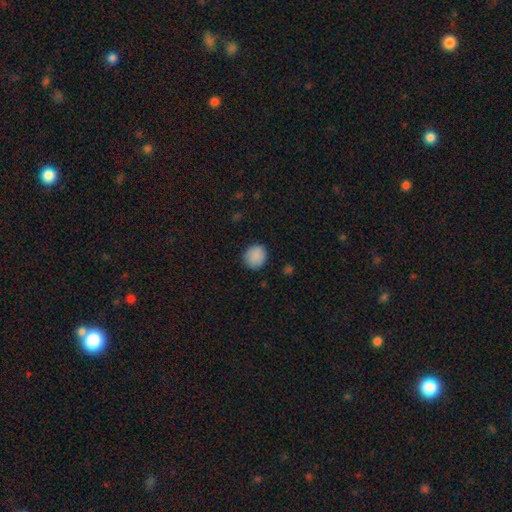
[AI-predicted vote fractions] smooth-or-featured: smooth: 89% | star or artifact: 8% | featured or disk: 3%
  how-rounded: round: 84% | in between: 15% | cigar-shaped: 1%
  merging: none: 88% | minor disturbance: 9% | major disturbance: 2% | merger: 1%